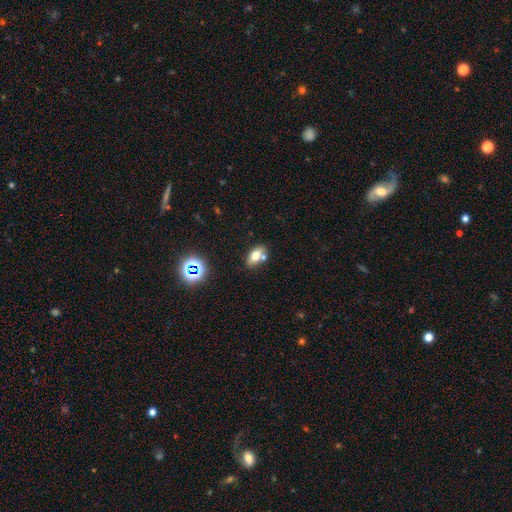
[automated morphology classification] type=smooth (70%); roundness=in between (86%); merging=none (62%).